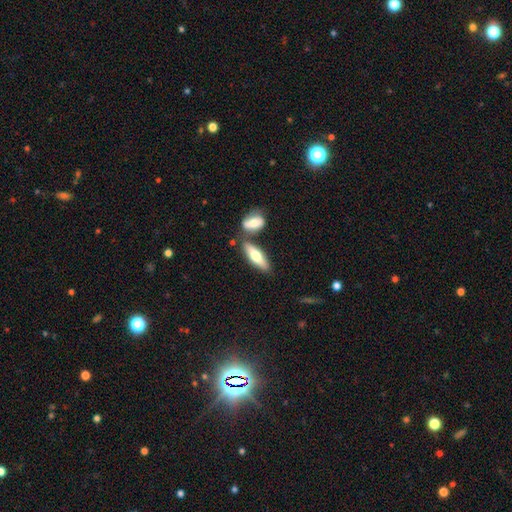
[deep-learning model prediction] The model was most divided on "how rounded": cigar-shaped: 49%, in between: 48%, round: 3%. More confident: merging — none (68%); smooth or featured — smooth (60%).